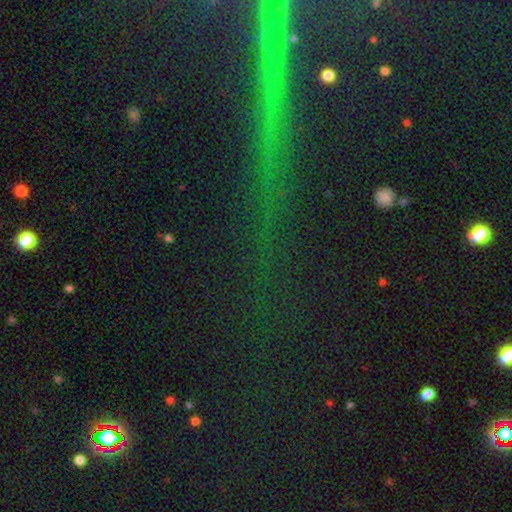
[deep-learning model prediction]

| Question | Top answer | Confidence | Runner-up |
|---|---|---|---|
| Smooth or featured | star or artifact | 74% | featured or disk (14%) |